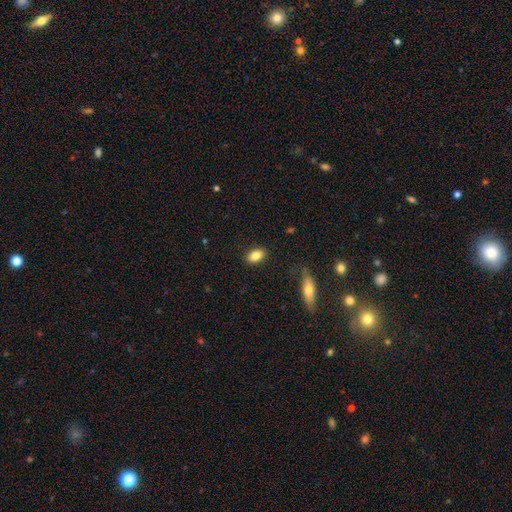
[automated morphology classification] Smooth or featured: smooth — 83% (featured or disk — 9%)
How rounded: in between — 89% (round — 8%)
Merging: none — 87% (minor disturbance — 9%)